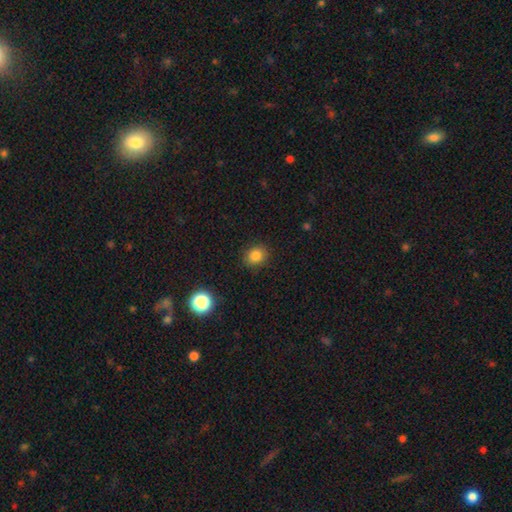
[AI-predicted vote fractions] smooth-or-featured: smooth: 83% | star or artifact: 12% | featured or disk: 5%
  how-rounded: round: 68% | in between: 31% | cigar-shaped: 1%
  merging: none: 88% | minor disturbance: 9% | major disturbance: 3% | merger: 1%